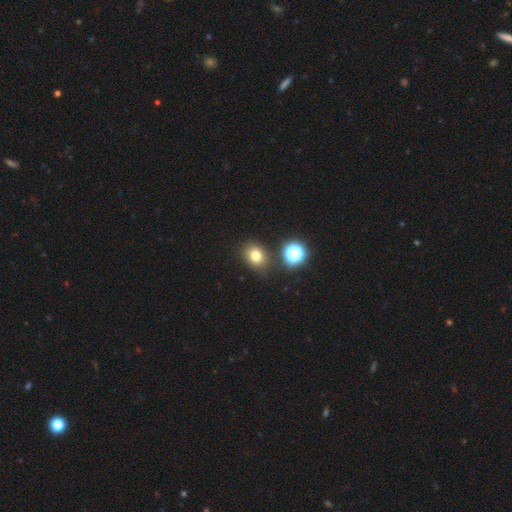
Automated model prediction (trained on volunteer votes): smooth 74%, star or artifact 17%, featured or disk 9%. Down the decision tree: how rounded — round (59%); merging — none (81%).